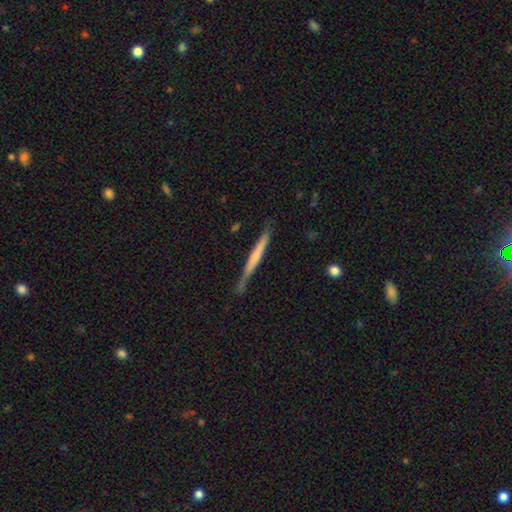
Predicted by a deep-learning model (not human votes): smooth_or_featured: smooth (p=0.49) [alt: featured or disk p=0.45]
merging: none (p=0.78) [alt: minor disturbance p=0.17]